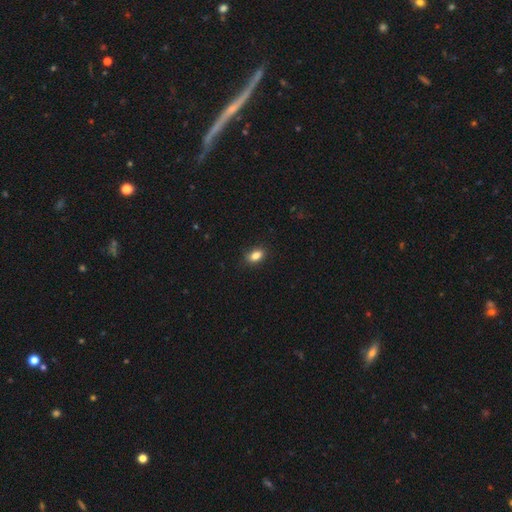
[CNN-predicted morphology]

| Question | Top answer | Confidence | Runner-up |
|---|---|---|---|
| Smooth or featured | smooth | 85% | star or artifact (9%) |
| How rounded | in between | 85% | round (12%) |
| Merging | none | 88% | minor disturbance (9%) |